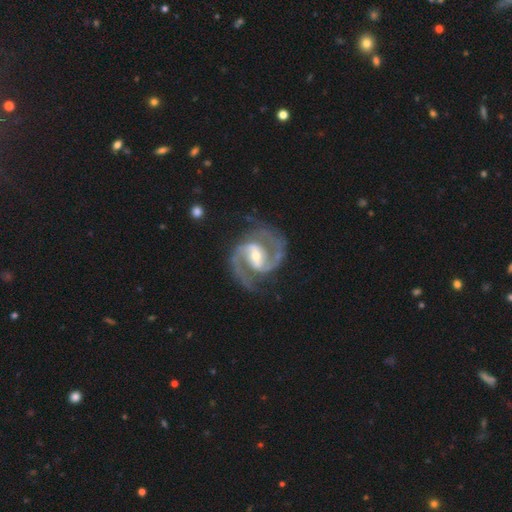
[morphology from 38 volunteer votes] smooth_or_featured: featured or disk (p=0.89) [alt: smooth p=0.08]
disk_edge_on: no (p=0.97) [alt: yes p=0.03]
bar: weak (p=0.55) [alt: strong p=0.33]
has_spiral_arms: yes (p=1.00)
spiral_winding: medium (p=0.67) [alt: tight p=0.33]
spiral_arm_count: 2 (p=1.00)
bulge_size: moderate (p=0.61) [alt: small p=0.36]
merging: none (p=0.78) [alt: minor disturbance p=0.16]